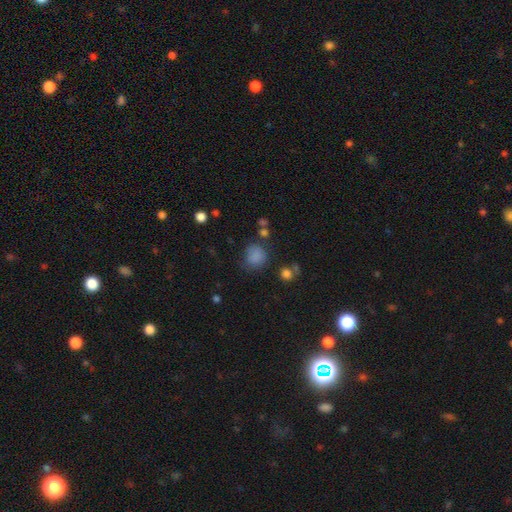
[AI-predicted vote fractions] Overall: smooth (80%). How rounded: round (73%). Merging: none (62%; minor disturbance 23%).